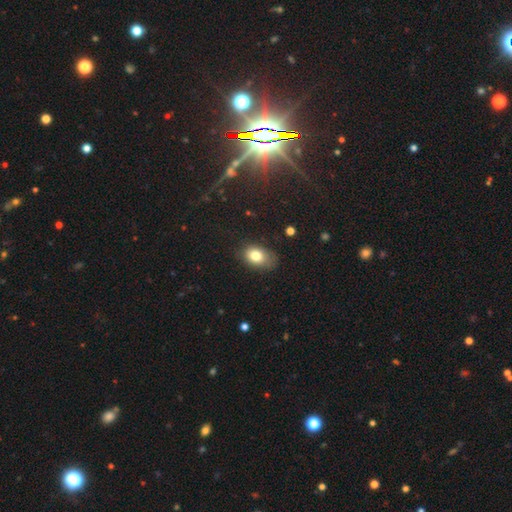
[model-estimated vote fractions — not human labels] smooth 80%, featured or disk 11%, star or artifact 9%. Down the decision tree: how rounded — in between (81%); merging — none (68%).